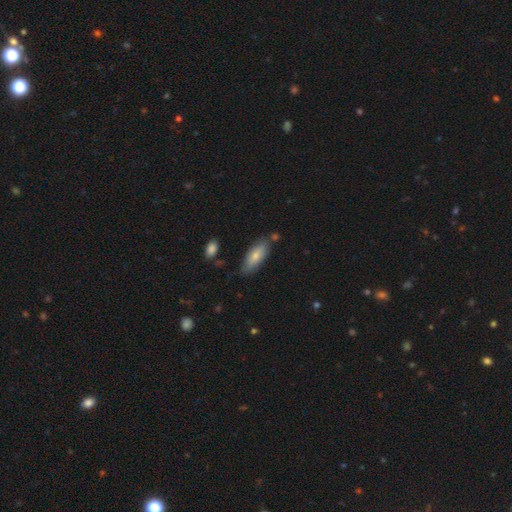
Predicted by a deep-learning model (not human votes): Smooth or featured?
  - smooth: 76% *
  - featured or disk: 18%
  - star or artifact: 6%
How rounded?
  - in between: 69% *
  - cigar-shaped: 29%
  - round: 2%
Merging?
  - none: 74% *
  - minor disturbance: 18%
  - merger: 5%
  - major disturbance: 3%